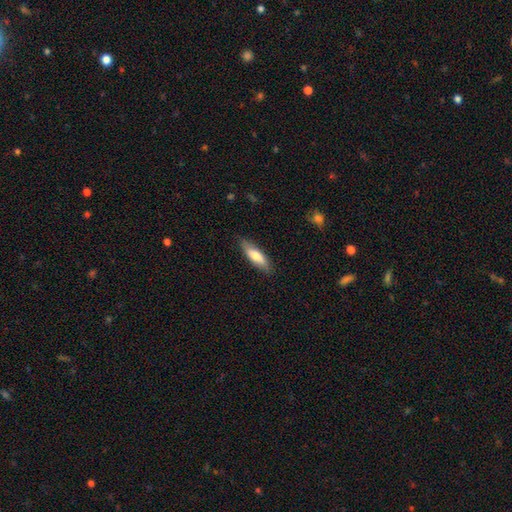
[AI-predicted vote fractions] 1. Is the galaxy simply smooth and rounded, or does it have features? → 72% smooth, 22% featured or disk, 6% star or artifact.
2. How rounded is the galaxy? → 53% cigar-shaped, 45% in between, 2% round.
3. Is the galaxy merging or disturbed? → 84% none, 13% minor disturbance, 2% major disturbance, 1% merger.